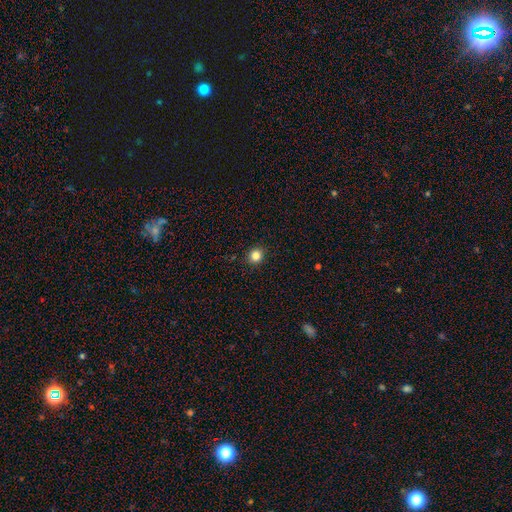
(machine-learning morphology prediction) This appears to be a smooth galaxy with no disk features (83%) that is round (89%). Merging: none (92%).